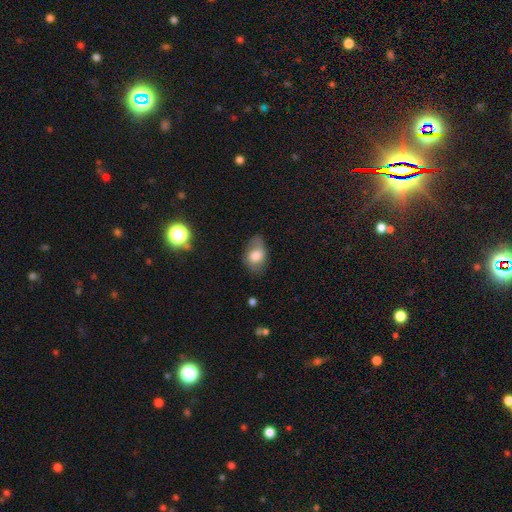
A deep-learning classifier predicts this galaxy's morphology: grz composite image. It shows a smooth galaxy with no disk features (68%) that is in between round and cigar-shaped (83%). Merging: none (63%).